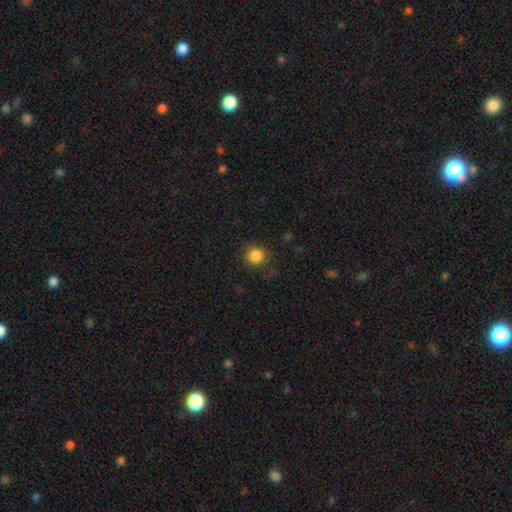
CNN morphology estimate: smooth 86%, star or artifact 11%, featured or disk 4%. Down the decision tree: how rounded — round (89%); merging — none (83%).